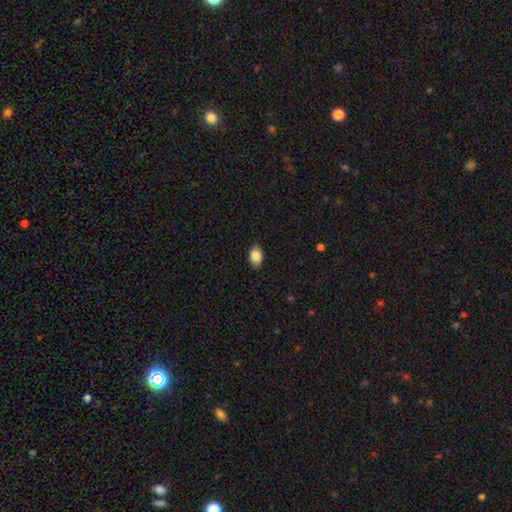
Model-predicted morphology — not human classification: This is clearly a smooth galaxy (87%). How rounded: clearly in between (87%). Merging: clearly none (86%).